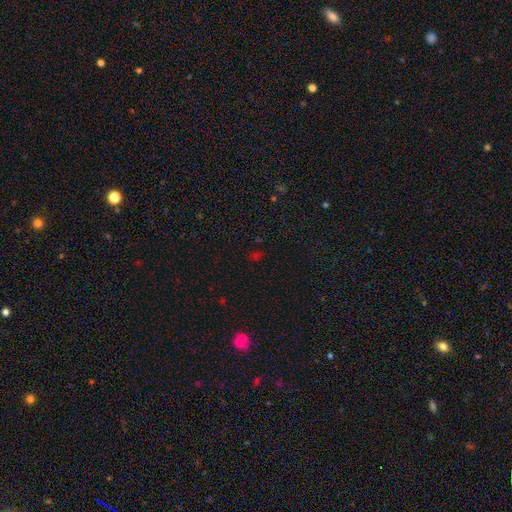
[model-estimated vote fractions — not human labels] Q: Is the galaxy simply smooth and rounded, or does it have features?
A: star or artifact — 53%.